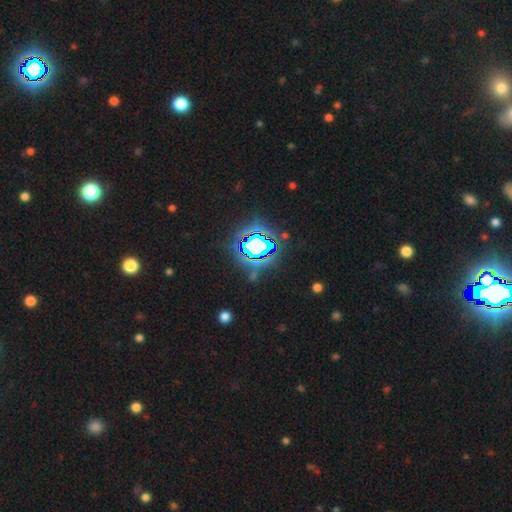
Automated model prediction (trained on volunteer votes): Smooth or featured: star or artifact — 80% (smooth — 12%)